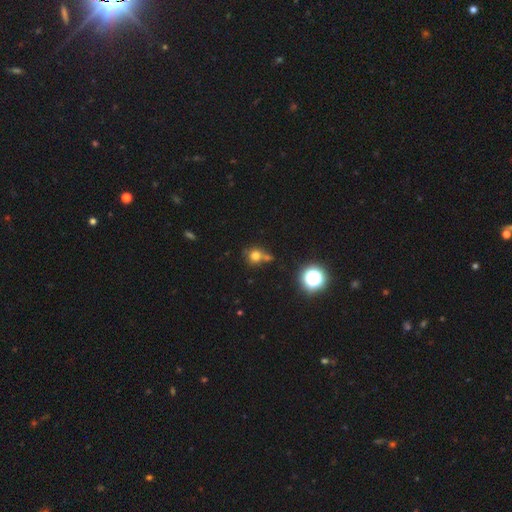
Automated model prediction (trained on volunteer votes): A smooth galaxy with no disk features (71%) that is round (87%).

Vote fractions:
- Smooth or featured? smooth: 71% / star or artifact: 18% / featured or disk: 10%
- How rounded? round: 87% / in between: 12% / cigar-shaped: 1%
- Merging? none: 54% / merger: 27% / minor disturbance: 13% / major disturbance: 5%